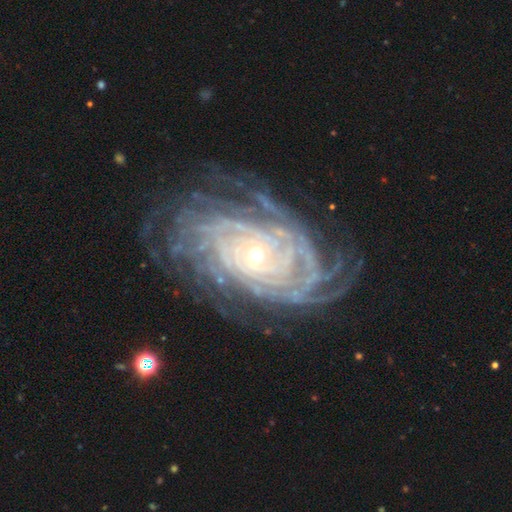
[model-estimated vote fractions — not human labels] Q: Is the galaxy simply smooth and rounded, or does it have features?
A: featured or disk — 91%.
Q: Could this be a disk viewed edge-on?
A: no — 96%.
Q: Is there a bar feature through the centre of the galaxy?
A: no — 71%.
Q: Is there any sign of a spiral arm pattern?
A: yes — 98%.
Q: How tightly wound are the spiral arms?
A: tight — 83%.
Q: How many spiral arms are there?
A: more than 4 — 36%.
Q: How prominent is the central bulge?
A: small — 72%.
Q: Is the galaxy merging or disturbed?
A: none — 74%.